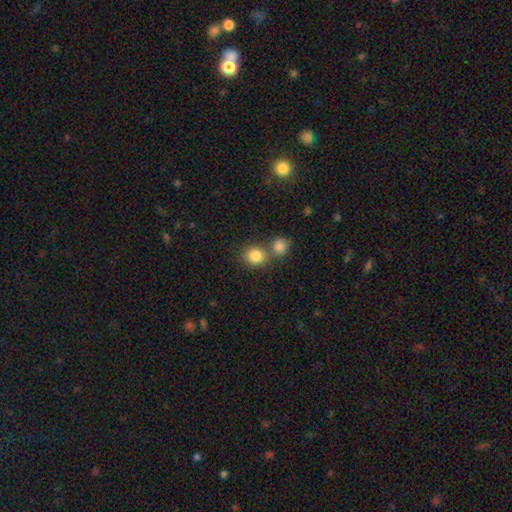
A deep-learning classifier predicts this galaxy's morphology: type=smooth (84%); roundness=round (77%); merging=none (57%).